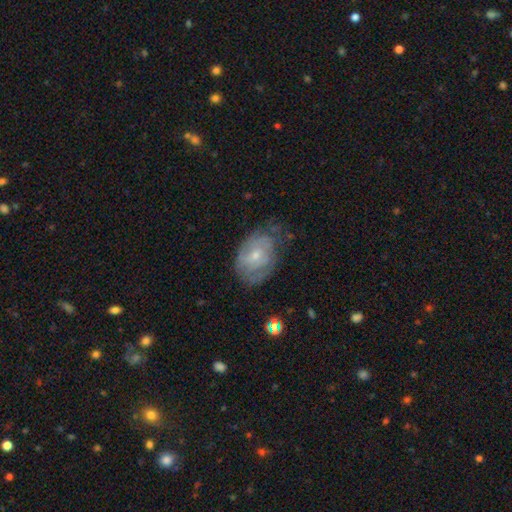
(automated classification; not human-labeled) The model was most divided on "merging": none: 52%, minor disturbance: 30%, major disturbance: 16%, merger: 2%. More confident: edge-on disk — no (96%); spiral arms — yes (68%); bulge size — small (64%); bar — no (62%); smooth or featured — featured or disk (61%).